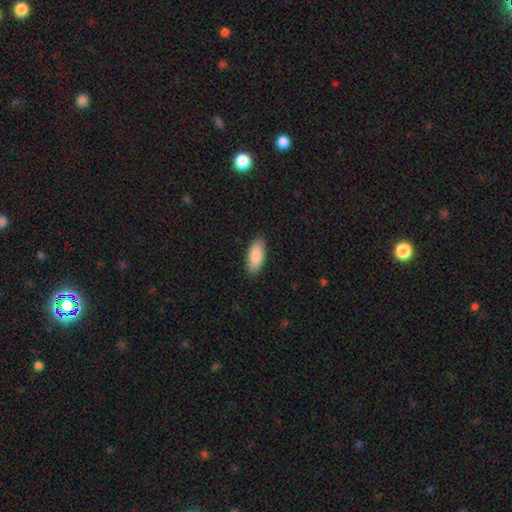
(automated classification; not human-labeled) Smooth or featured? Predicted: smooth (p=0.86). How rounded? Predicted: in between (p=0.89). Merging? Predicted: none (p=0.88).